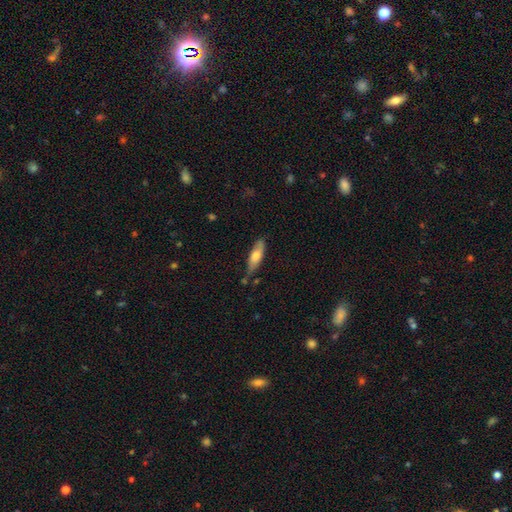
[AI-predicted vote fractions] Overall: smooth (64%; featured or disk 30%). How rounded: cigar-shaped (55%; in between 43%). Merging: none (67%).